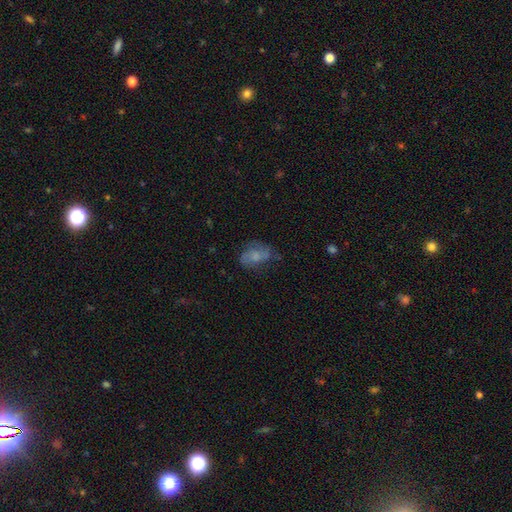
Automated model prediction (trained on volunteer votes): Smooth or featured: smooth — 54% (featured or disk — 36%)
How rounded: in between — 77% (round — 21%)
Merging: none — 50% (minor disturbance — 28%)